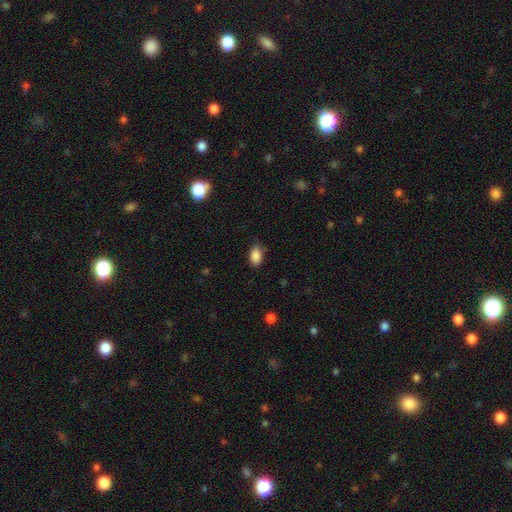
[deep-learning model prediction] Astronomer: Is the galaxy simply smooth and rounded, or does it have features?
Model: smooth — 88%.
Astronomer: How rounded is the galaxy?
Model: in between — 90%.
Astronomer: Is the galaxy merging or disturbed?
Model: none — 81%.